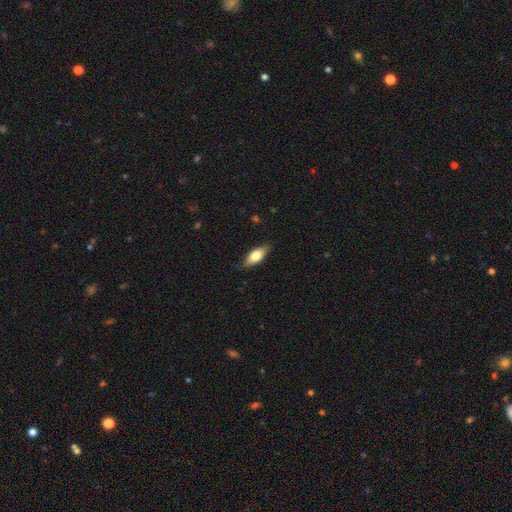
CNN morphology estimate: This is likely a smooth galaxy (68%). How rounded: likely in between (77%). Merging: clearly none (83%).